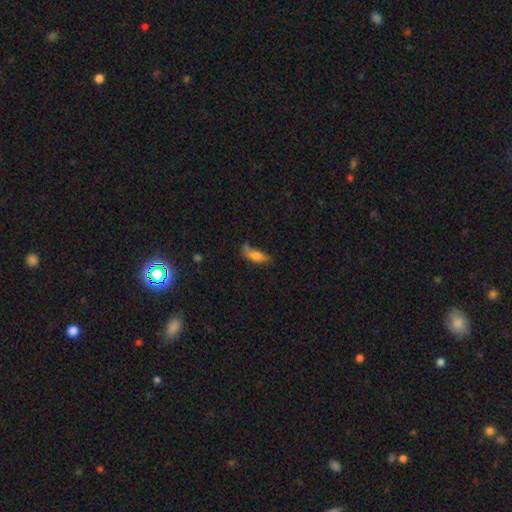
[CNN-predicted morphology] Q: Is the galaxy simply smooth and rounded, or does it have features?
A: smooth — 68%.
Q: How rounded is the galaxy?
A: in between — 59%.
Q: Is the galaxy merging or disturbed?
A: none — 47%.